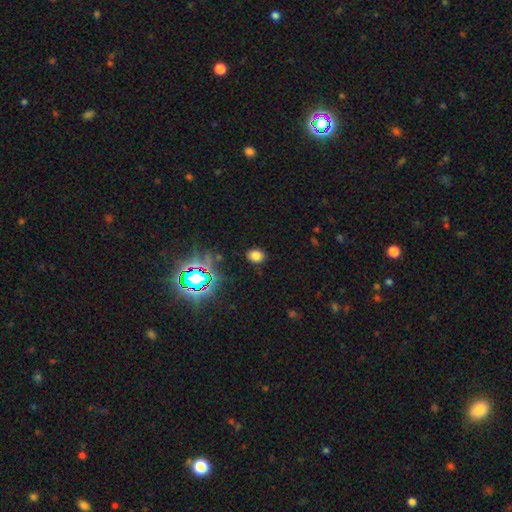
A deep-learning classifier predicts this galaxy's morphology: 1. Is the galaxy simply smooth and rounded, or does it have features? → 74% smooth, 20% star or artifact, 7% featured or disk.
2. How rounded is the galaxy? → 54% in between, 44% round, 1% cigar-shaped.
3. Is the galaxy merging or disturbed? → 86% none, 10% minor disturbance, 3% major disturbance, 2% merger.